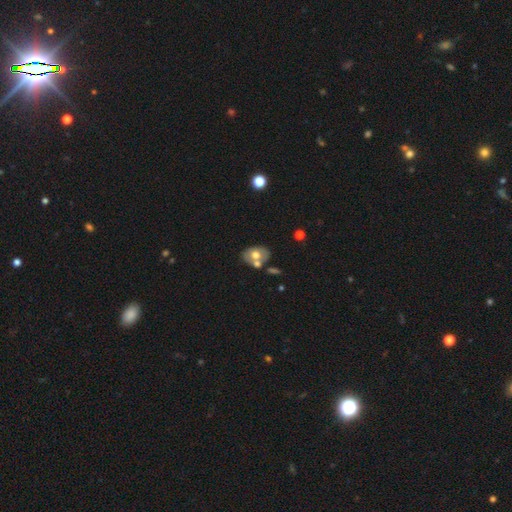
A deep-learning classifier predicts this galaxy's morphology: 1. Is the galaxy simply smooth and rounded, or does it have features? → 58% smooth, 34% featured or disk, 8% star or artifact.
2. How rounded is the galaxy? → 77% in between, 22% round, 1% cigar-shaped.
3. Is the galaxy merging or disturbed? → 53% none, 29% merger, 14% minor disturbance, 4% major disturbance.